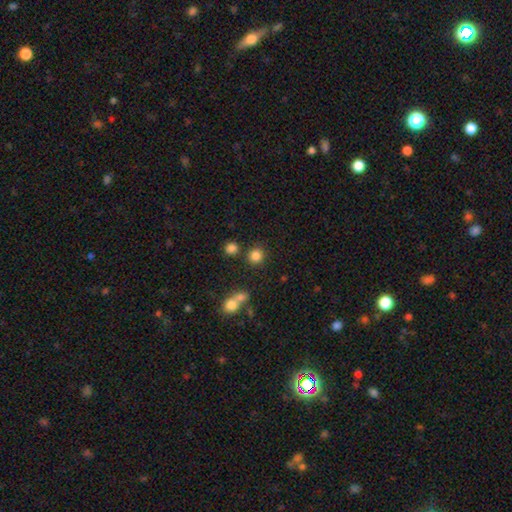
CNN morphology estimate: Q: Smooth or featured?
A: smooth (81%); runner-up: star or artifact (14%)
Q: How rounded?
A: round (89%); runner-up: in between (10%)
Q: Merging?
A: none (78%); runner-up: merger (10%)